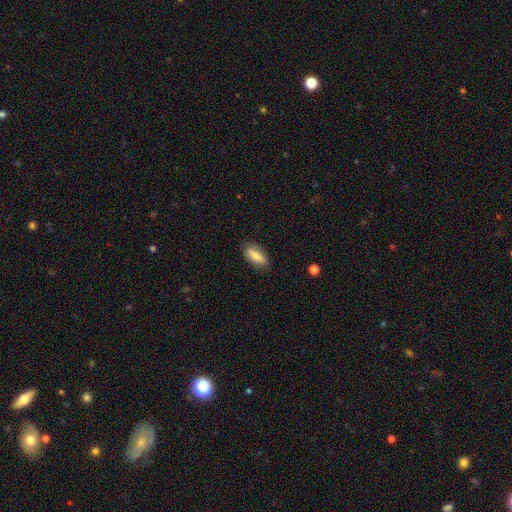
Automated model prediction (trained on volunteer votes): A smooth galaxy with no disk features (75%) that is in between round and cigar-shaped (79%). Merging: none (81%).